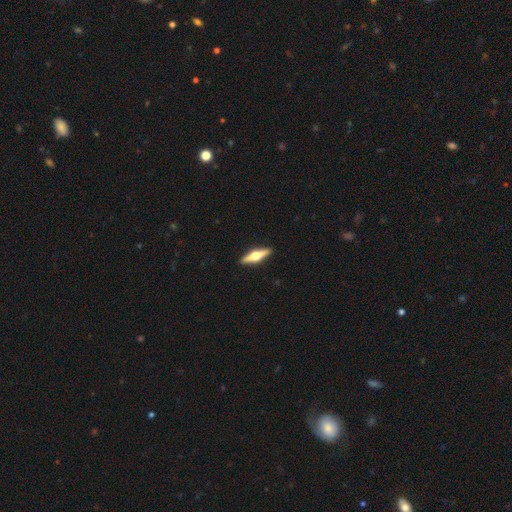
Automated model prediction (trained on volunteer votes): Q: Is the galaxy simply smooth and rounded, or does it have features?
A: featured or disk — 69%.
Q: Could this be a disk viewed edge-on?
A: yes — 97%.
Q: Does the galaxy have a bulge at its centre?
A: rounded — 96%.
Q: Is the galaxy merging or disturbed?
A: none — 92%.